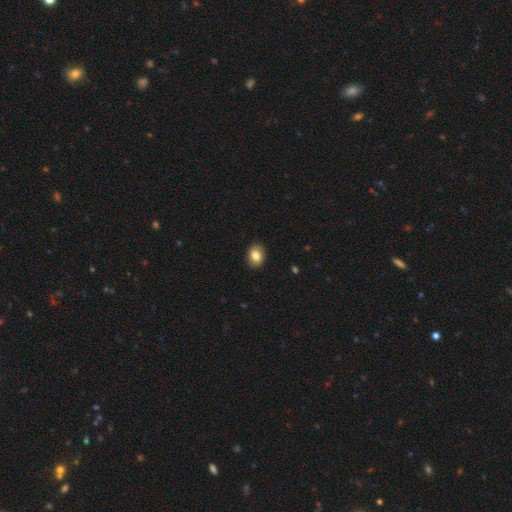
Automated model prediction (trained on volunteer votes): Q: Smooth or featured?
A: smooth (84%); runner-up: star or artifact (8%)
Q: How rounded?
A: in between (66%); runner-up: round (33%)
Q: Merging?
A: none (90%); runner-up: minor disturbance (7%)